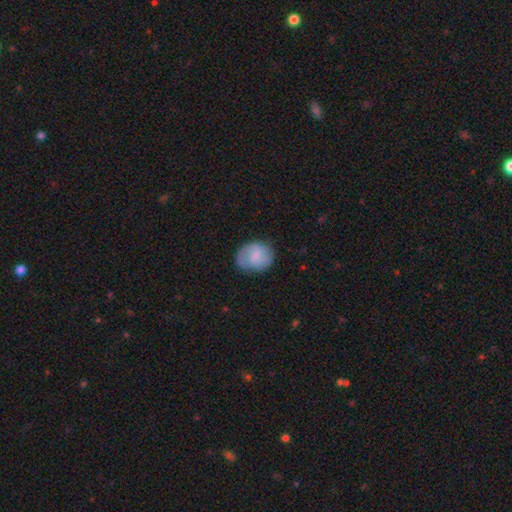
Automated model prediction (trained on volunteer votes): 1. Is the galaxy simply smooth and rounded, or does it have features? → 65% smooth, 28% featured or disk, 7% star or artifact.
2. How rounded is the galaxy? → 51% in between, 48% round, 1% cigar-shaped.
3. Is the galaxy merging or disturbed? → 70% none, 22% minor disturbance, 7% major disturbance, 1% merger.